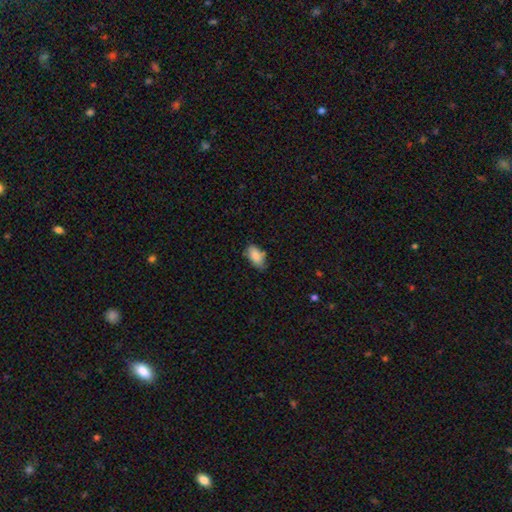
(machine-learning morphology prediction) Smooth or featured? Predicted: smooth (p=0.83). How rounded? Predicted: in between (p=0.92). Merging? Predicted: none (p=0.62).